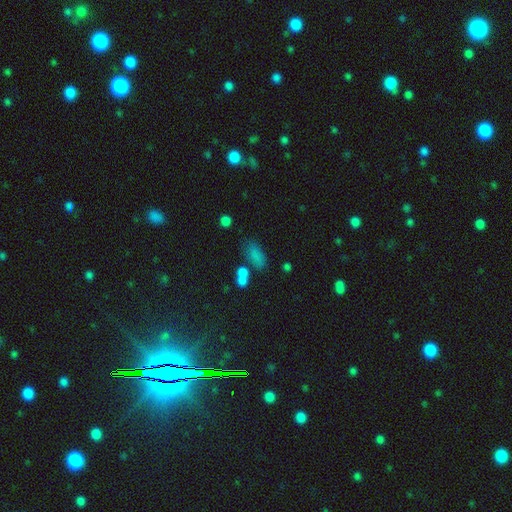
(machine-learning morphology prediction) The model was most divided on "merging": none: 50%, merger: 21%, minor disturbance: 19%, major disturbance: 10%. More confident: how rounded — in between (85%); smooth or featured — smooth (76%).